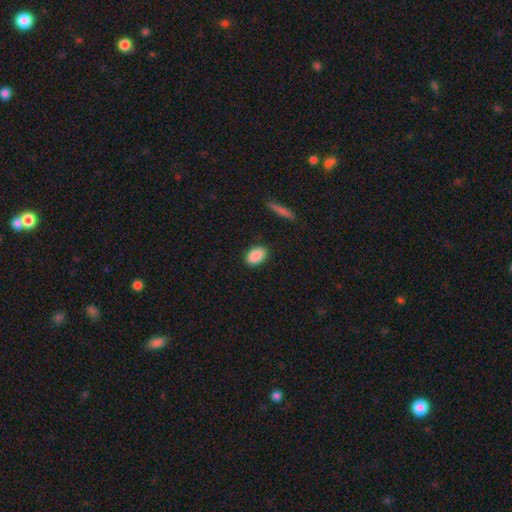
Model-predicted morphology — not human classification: The model was most divided on "how rounded": in between: 86%, round: 13%, cigar-shaped: 2%. More confident: smooth or featured — smooth (90%); merging — none (87%).